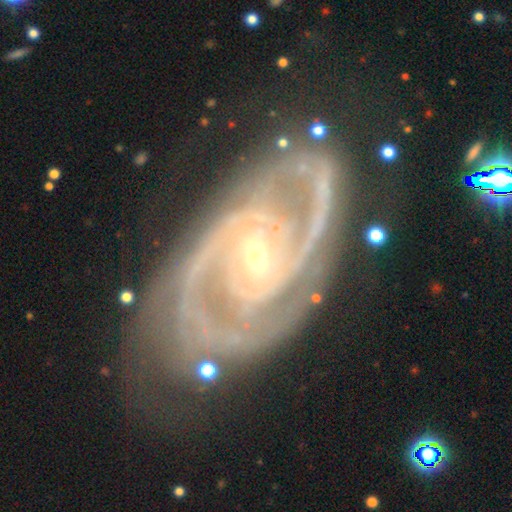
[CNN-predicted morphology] type=featured or disk (93%); edge-on=no (97%); bar=no (48%); spiral arms=yes (99%); winding=tight (64%); arm count=2 (80%); bulge=small (70%); merging=none (75%).